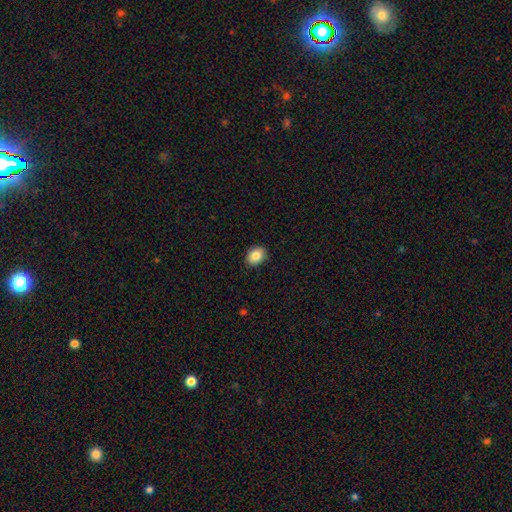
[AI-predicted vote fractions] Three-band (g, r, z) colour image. It shows a smooth galaxy with no disk features (84%) that is in between round and cigar-shaped (58%). Merging: none (88%).